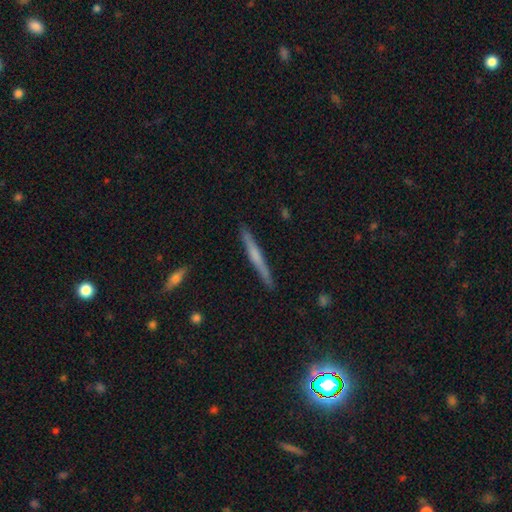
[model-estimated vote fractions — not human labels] This appears to be a featured or disk galaxy (52%) viewed edge-on (98%) with no central bulge (54%). Merging: none (90%).